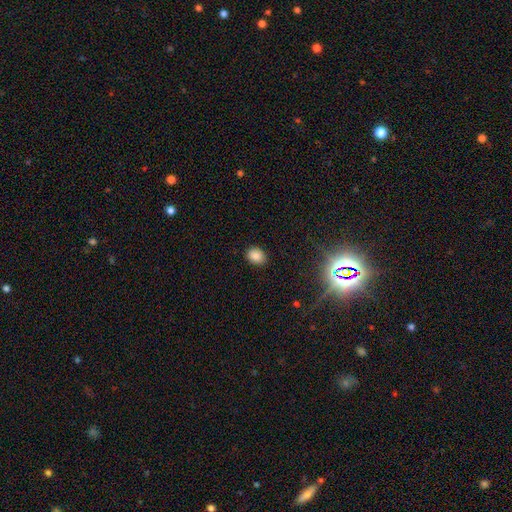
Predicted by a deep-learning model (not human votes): Smooth or featured?
  - smooth: 85% *
  - star or artifact: 11%
  - featured or disk: 4%
How rounded?
  - in between: 58% *
  - round: 41%
  - cigar-shaped: 1%
Merging?
  - none: 88% *
  - minor disturbance: 9%
  - major disturbance: 2%
  - merger: 1%